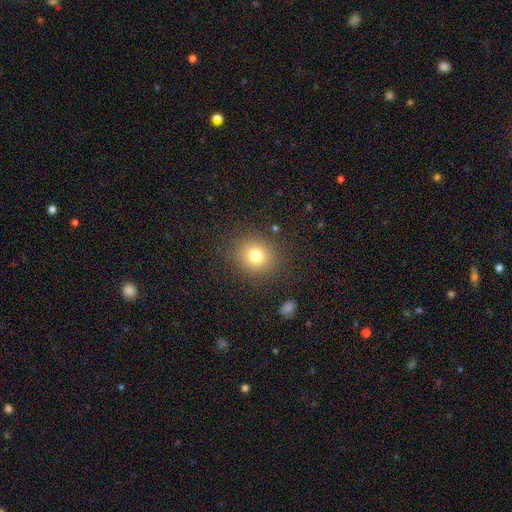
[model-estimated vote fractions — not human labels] The model was most divided on "smooth or featured": smooth: 77%, star or artifact: 14%, featured or disk: 9%. More confident: merging — none (86%); how rounded — round (83%).